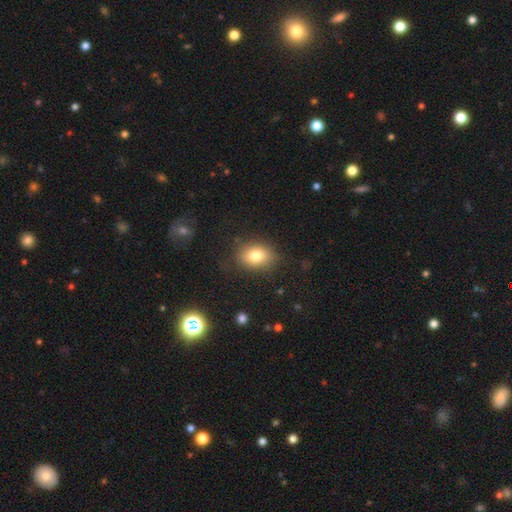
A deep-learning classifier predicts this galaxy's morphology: Overall: smooth (79%). How rounded: in between (65%; round 34%). Merging: none (80%).